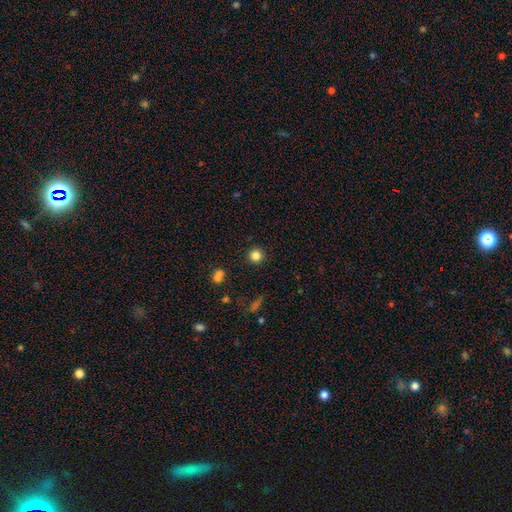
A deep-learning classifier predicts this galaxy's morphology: Smooth or featured? Predicted: smooth (p=0.83). How rounded? Predicted: round (p=0.94). Merging? Predicted: none (p=0.91).